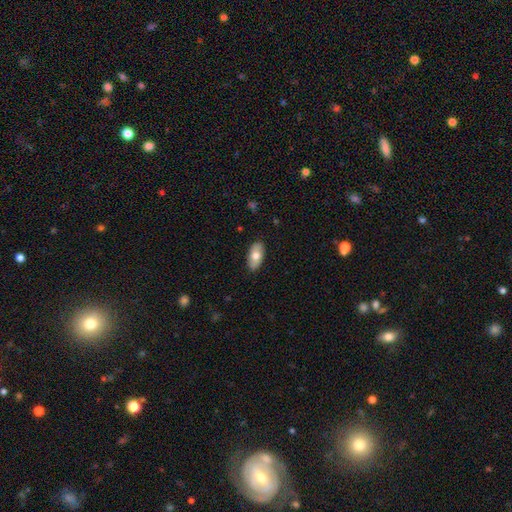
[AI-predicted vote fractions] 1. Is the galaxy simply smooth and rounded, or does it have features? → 70% smooth, 25% featured or disk, 6% star or artifact.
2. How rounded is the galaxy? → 93% in between, 5% cigar-shaped, 3% round.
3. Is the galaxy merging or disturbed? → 87% none, 10% minor disturbance, 2% major disturbance, 1% merger.